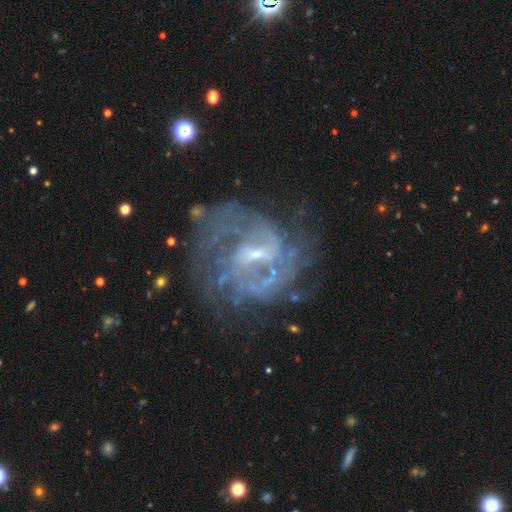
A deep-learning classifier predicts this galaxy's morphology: This appears to be a featured or disk galaxy (85%) with a weak bar (57%), 2 (36%) medium (43%) spiral arms (87%) and a small central bulge (68%). Merging: none (61%).